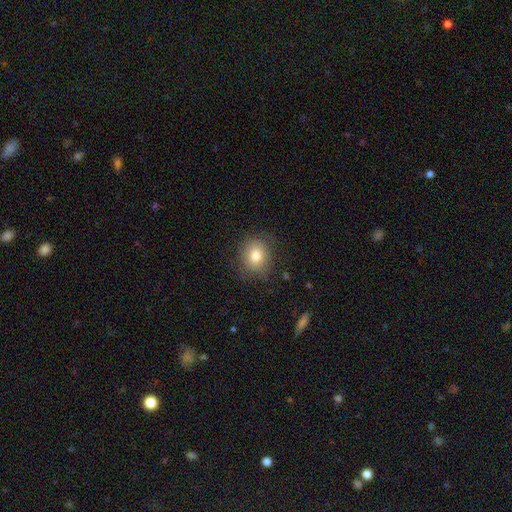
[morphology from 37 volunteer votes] Volunteers were most divided on "how rounded": round: 74%, in between: 26%, cigar-shaped: 0%. More confident: merging — none (86%); smooth or featured — smooth (84%).